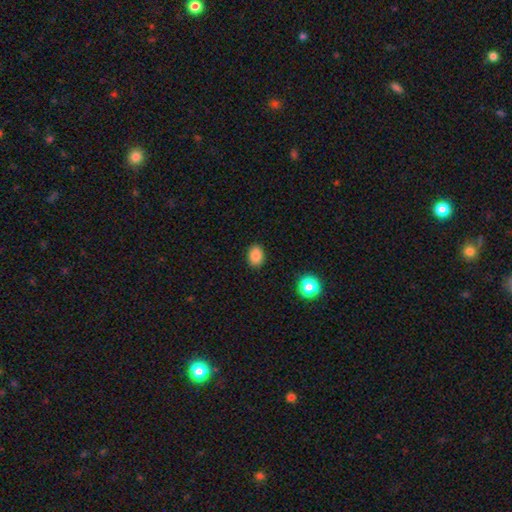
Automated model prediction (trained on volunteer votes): Morphology: type=smooth (86%); roundness=in between (72%); merging=none (89%).